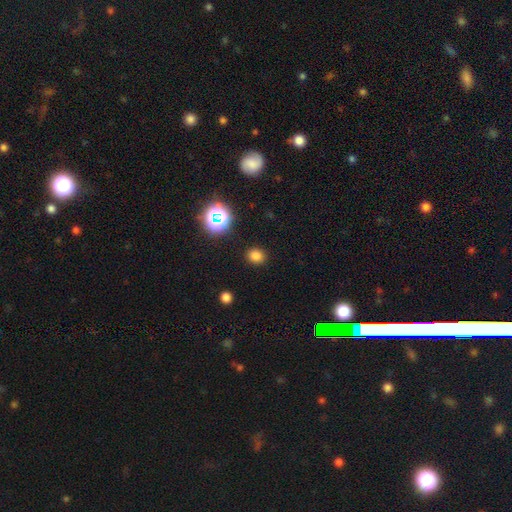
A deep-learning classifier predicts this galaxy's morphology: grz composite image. It shows a smooth galaxy with no disk features (77%) that is round (74%). Merging: none (89%).